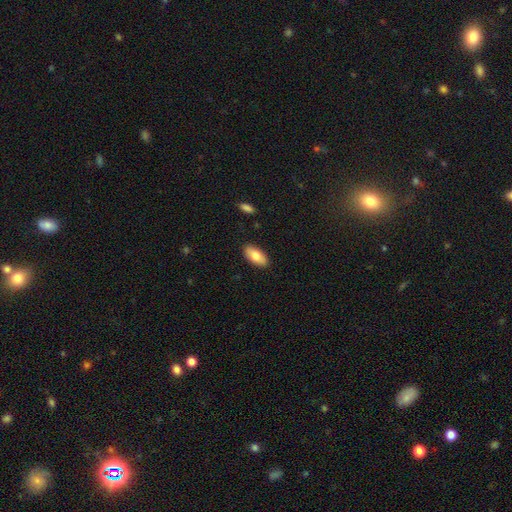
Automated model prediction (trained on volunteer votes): Morphology: type=smooth (79%); roundness=in between (92%); merging=none (88%).